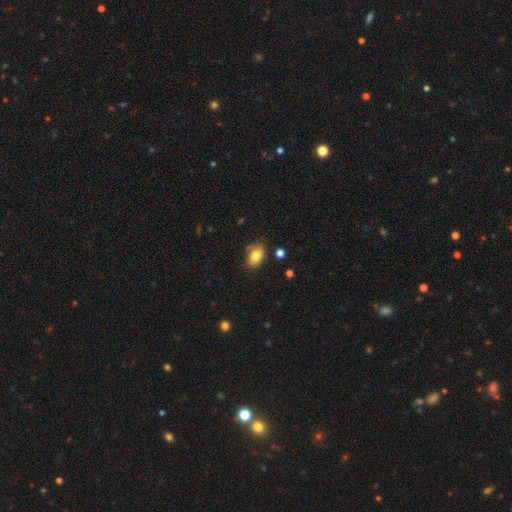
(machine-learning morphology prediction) Smooth or featured? smooth (81%)
How rounded? in between (80%)
Merging? none (73%)